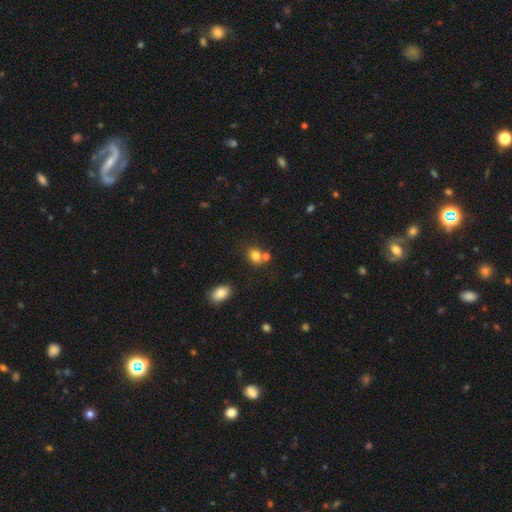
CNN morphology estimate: Smooth or featured?
  - smooth: 80% *
  - star or artifact: 12%
  - featured or disk: 8%
How rounded?
  - round: 55% *
  - in between: 44%
  - cigar-shaped: 1%
Merging?
  - none: 55% *
  - merger: 29%
  - minor disturbance: 12%
  - major disturbance: 4%